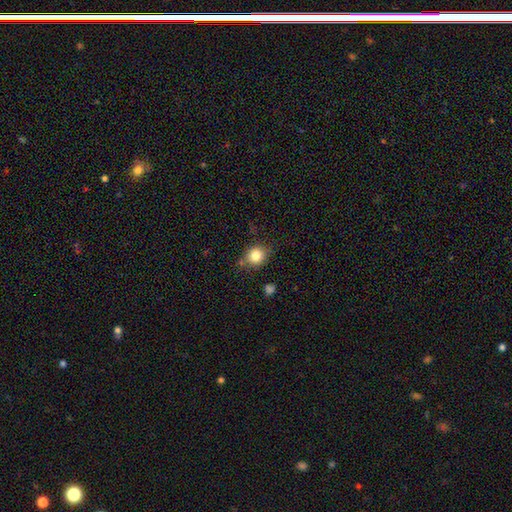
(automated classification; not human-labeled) The model was most divided on "how rounded": round: 76%, in between: 23%, cigar-shaped: 1%. More confident: smooth or featured — smooth (81%); merging — none (76%).